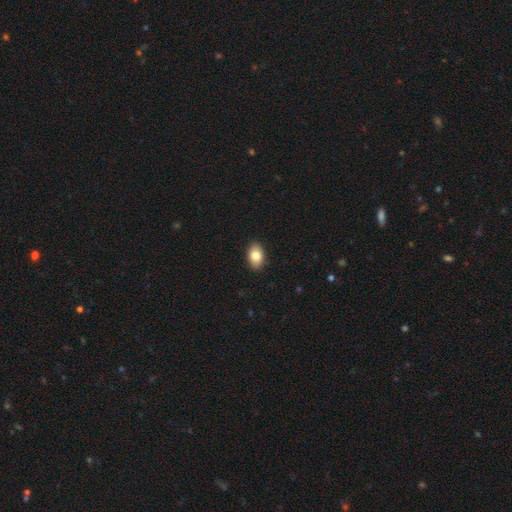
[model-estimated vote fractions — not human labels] A smooth galaxy with no disk features (82%) that is in between round and cigar-shaped (90%).

Vote fractions:
- Smooth or featured? smooth: 82% / featured or disk: 10% / star or artifact: 7%
- How rounded? in between: 90% / round: 9% / cigar-shaped: 1%
- Merging? none: 90% / minor disturbance: 7% / major disturbance: 2% / merger: 1%